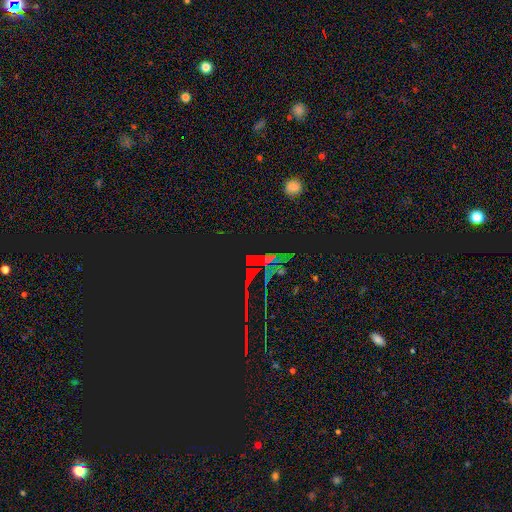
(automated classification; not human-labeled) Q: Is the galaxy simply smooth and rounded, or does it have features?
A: star or artifact — 75%.